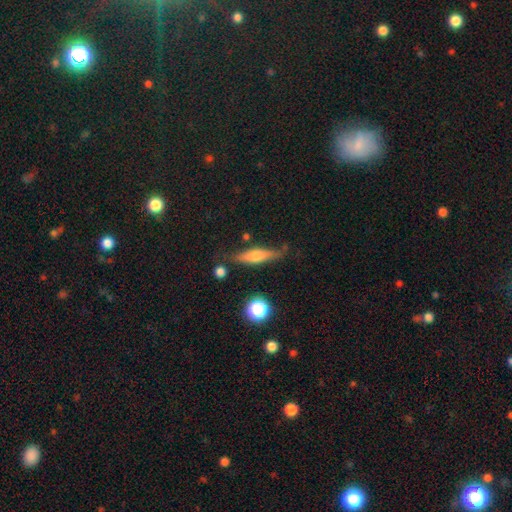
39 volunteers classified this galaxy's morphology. Smooth or featured?
  - featured or disk: 51% *
  - smooth: 41%
  - star or artifact: 8%
Edge-on disk?
  - yes: 85% *
  - no: 15%
Edge-on bulge?
  - rounded: 94% *
  - boxy: 6%
  - none: 0%
Merging?
  - none: 81% *
  - minor disturbance: 8%
  - major disturbance: 6%
  - merger: 6%